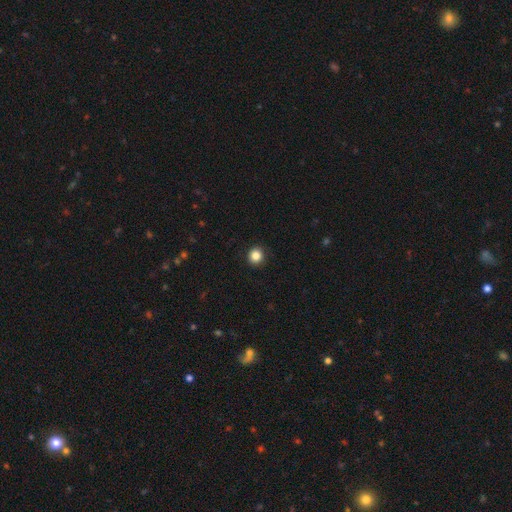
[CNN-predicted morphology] Smooth or featured? Predicted: smooth (p=0.85). How rounded? Predicted: round (p=0.92). Merging? Predicted: none (p=0.93).